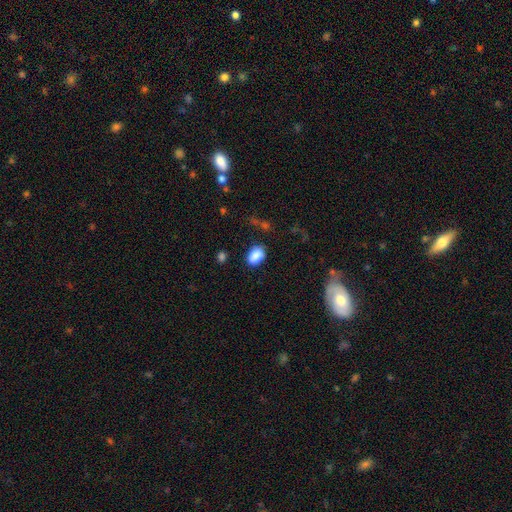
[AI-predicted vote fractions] The model was most divided on "merging": none: 80%, minor disturbance: 14%, major disturbance: 4%, merger: 2%. More confident: smooth or featured — smooth (88%); how rounded — in between (84%).